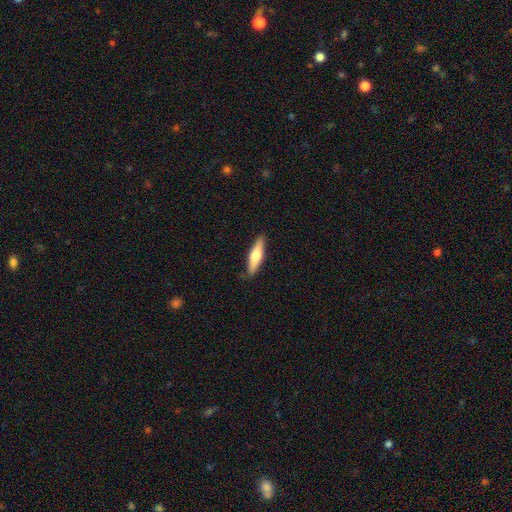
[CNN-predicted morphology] Q: Smooth or featured?
A: smooth (57%); runner-up: featured or disk (37%)
Q: How rounded?
A: cigar-shaped (70%); runner-up: in between (28%)
Q: Merging?
A: none (88%); runner-up: minor disturbance (9%)